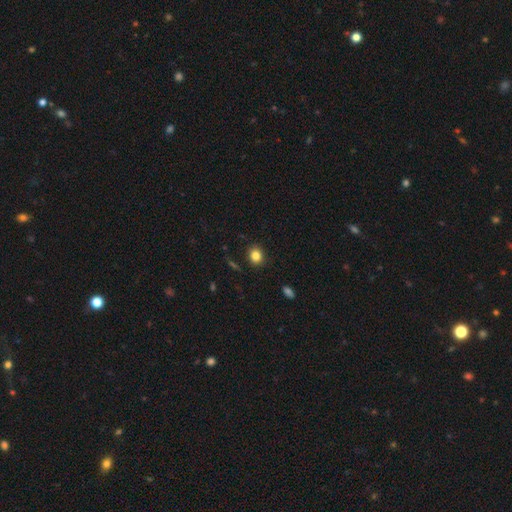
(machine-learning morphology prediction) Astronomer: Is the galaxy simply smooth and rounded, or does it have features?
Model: smooth — 83%.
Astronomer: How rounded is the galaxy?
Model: round — 69%.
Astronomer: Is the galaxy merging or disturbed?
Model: none — 88%.